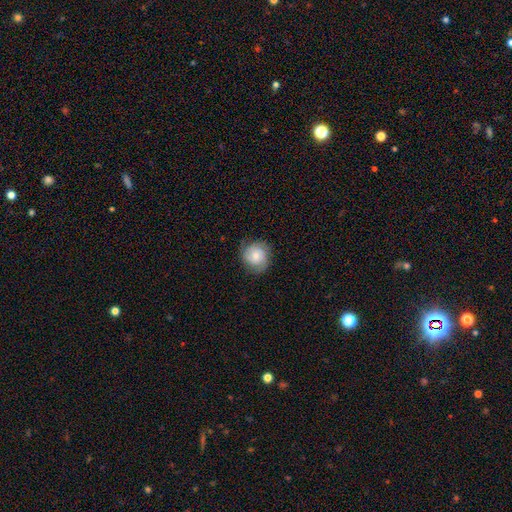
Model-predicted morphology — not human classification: type=smooth (49%); merging=none (77%).